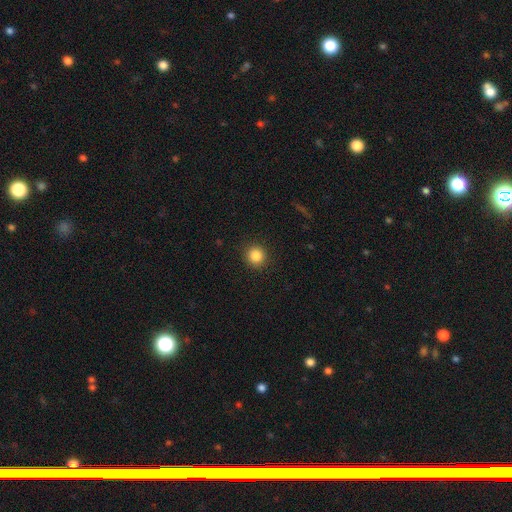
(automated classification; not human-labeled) The model was most divided on "smooth or featured": smooth: 85%, star or artifact: 11%, featured or disk: 4%. More confident: how rounded — round (92%); merging — none (91%).